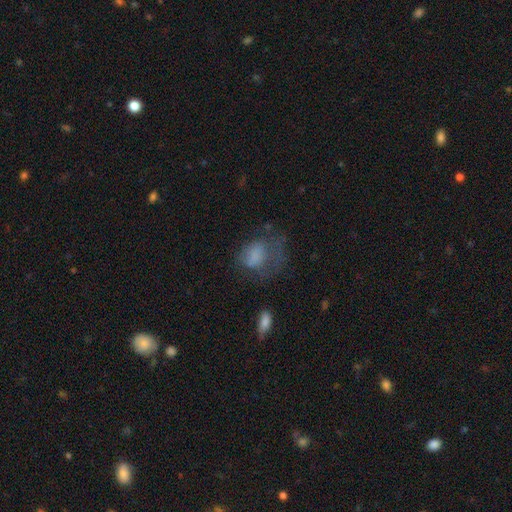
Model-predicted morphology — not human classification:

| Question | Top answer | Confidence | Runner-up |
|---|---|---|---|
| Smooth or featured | smooth | 66% | featured or disk (21%) |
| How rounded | in between | 62% | round (36%) |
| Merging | major disturbance | 45% | none (29%) |